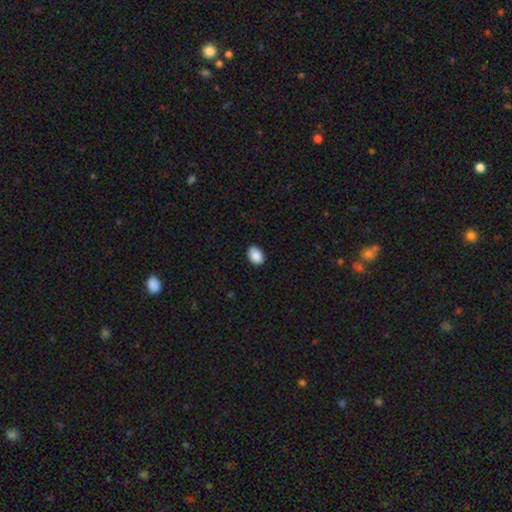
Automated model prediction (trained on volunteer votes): Overall: smooth (89%). How rounded: in between (79%). Merging: none (87%).